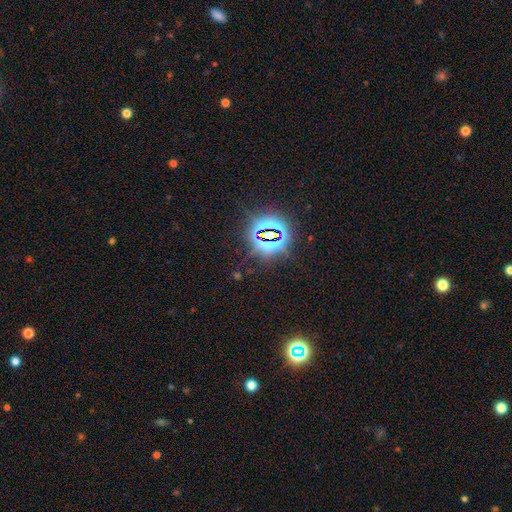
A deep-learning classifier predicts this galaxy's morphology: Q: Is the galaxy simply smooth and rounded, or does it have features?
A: star or artifact — 81%.